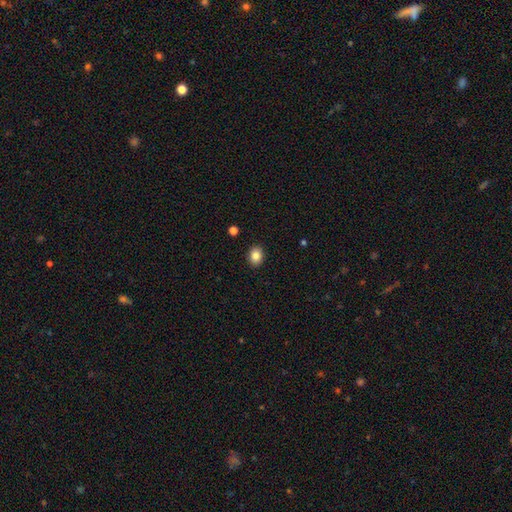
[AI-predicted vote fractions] smooth 85%, star or artifact 9%, featured or disk 6%. Down the decision tree: how rounded — in between (58%); merging — none (91%).